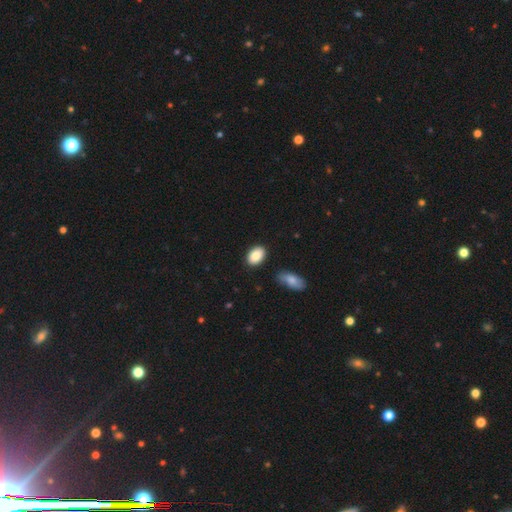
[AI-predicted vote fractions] Smooth or featured: smooth — 86% (featured or disk — 7%)
How rounded: in between — 87% (round — 12%)
Merging: none — 87% (minor disturbance — 8%)